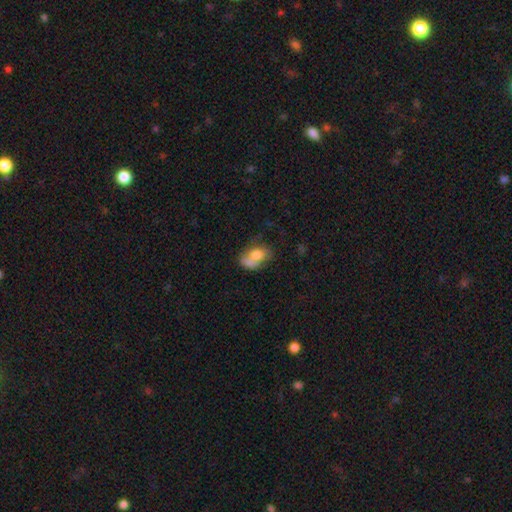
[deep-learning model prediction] A smooth galaxy with no disk features (68%) that is in between round and cigar-shaped (79%).

Vote fractions:
- Smooth or featured? smooth: 68% / featured or disk: 23% / star or artifact: 9%
- How rounded? in between: 79% / round: 20% / cigar-shaped: 2%
- Merging? merger: 32% / none: 31% / minor disturbance: 21% / major disturbance: 16%